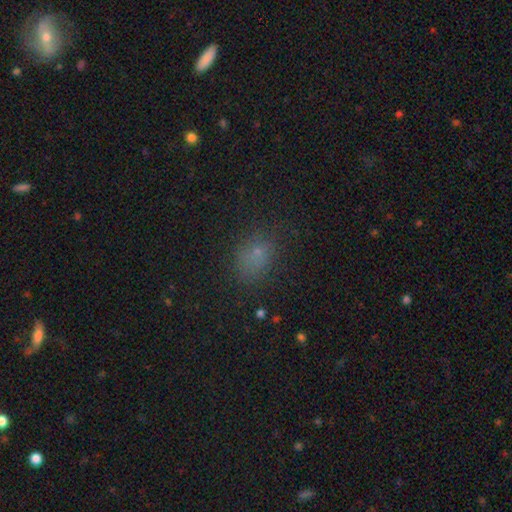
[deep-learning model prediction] Morphology: type=smooth (66%); roundness=in between (61%); merging=none (68%).